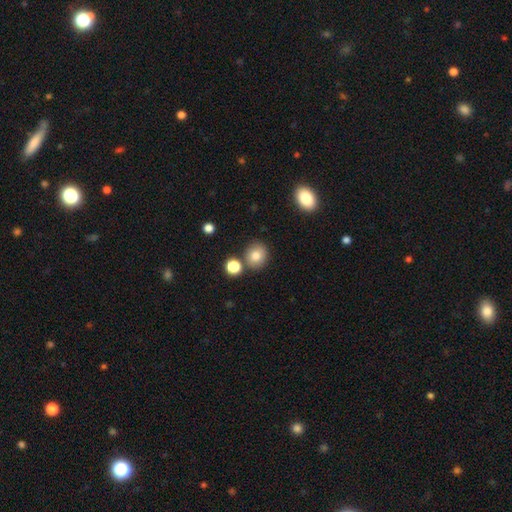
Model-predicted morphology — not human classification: Q: Smooth or featured?
A: smooth (81%); runner-up: star or artifact (11%)
Q: How rounded?
A: round (76%); runner-up: in between (23%)
Q: Merging?
A: none (78%); runner-up: minor disturbance (10%)